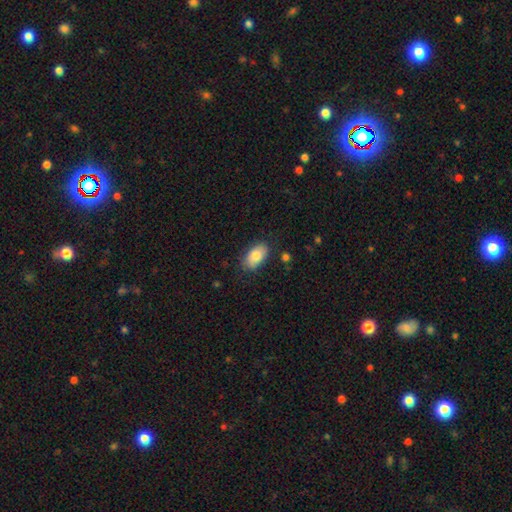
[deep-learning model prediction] smooth_or_featured: smooth (p=0.83) [alt: featured or disk p=0.10]
how_rounded: in between (p=0.93) [alt: round p=0.05]
merging: none (p=0.79) [alt: minor disturbance p=0.15]